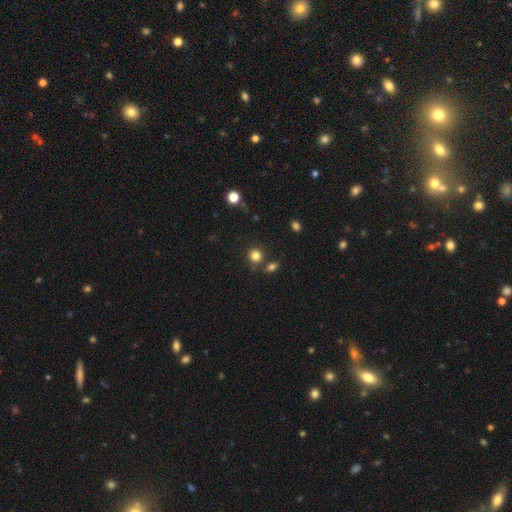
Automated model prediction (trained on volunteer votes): Smooth or featured: smooth — 81% (star or artifact — 13%)
How rounded: round — 86% (in between — 13%)
Merging: none — 74% (merger — 13%)